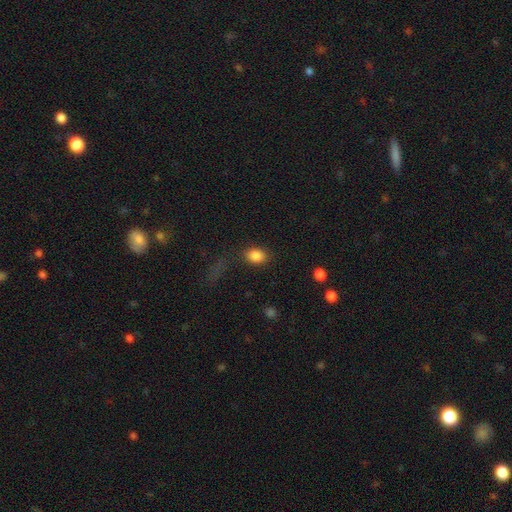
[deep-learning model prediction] smooth 86%, star or artifact 9%, featured or disk 5%. Down the decision tree: how rounded — in between (62%); merging — none (78%).